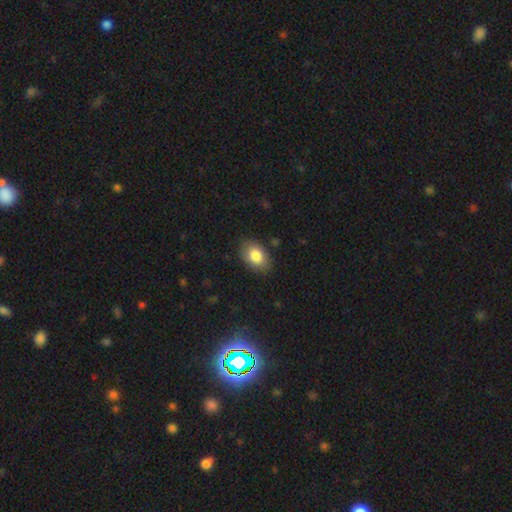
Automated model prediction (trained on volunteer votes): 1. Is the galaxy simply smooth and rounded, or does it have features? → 84% smooth, 9% featured or disk, 7% star or artifact.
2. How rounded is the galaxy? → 88% in between, 11% round, 1% cigar-shaped.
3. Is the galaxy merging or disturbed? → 84% none, 12% minor disturbance, 3% major disturbance, 1% merger.